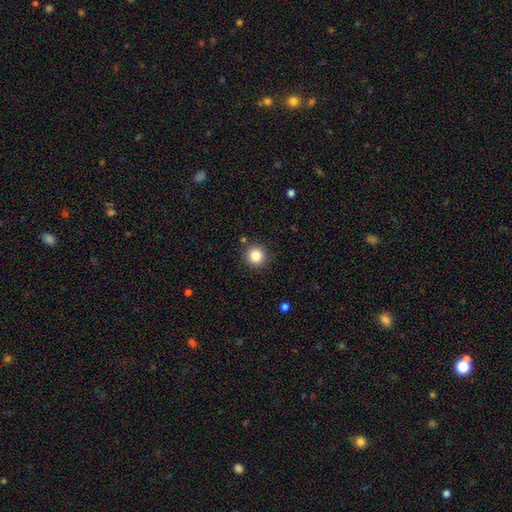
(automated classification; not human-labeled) smooth 85%, star or artifact 10%, featured or disk 5%. Down the decision tree: how rounded — round (95%); merging — none (88%).